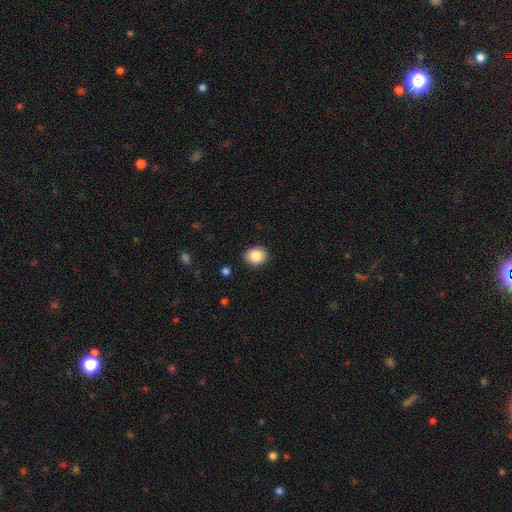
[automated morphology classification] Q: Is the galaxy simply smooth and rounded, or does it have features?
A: smooth — 86%.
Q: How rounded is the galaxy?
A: round — 61%.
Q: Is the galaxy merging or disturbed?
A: none — 90%.